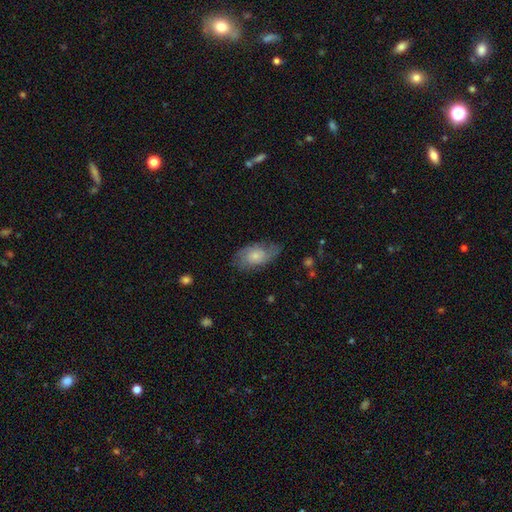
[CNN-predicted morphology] This is possibly a smooth galaxy (48%). Merging: likely none (61%).